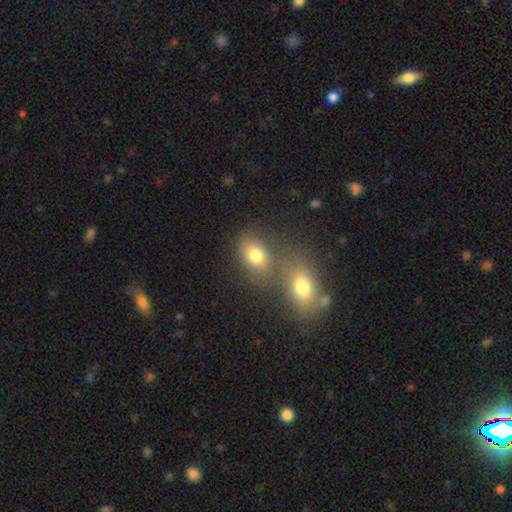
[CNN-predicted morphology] Q: Smooth or featured?
A: smooth (76%); runner-up: star or artifact (13%)
Q: How rounded?
A: in between (63%); runner-up: round (35%)
Q: Merging?
A: none (50%); runner-up: merger (34%)